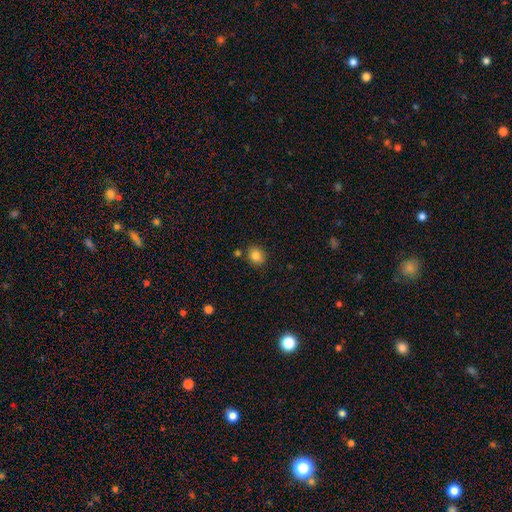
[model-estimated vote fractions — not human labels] A smooth galaxy with no disk features (83%) that is round (72%). Merging: none (82%).